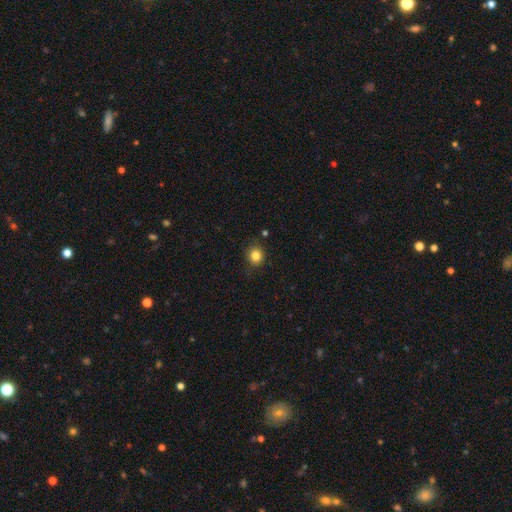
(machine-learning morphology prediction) Overall: smooth (83%). How rounded: round (83%). Merging: none (85%).